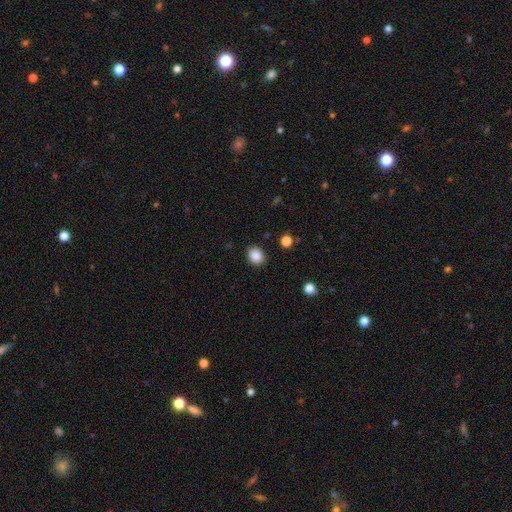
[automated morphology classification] The model was most divided on "how rounded": round: 62%, in between: 37%, cigar-shaped: 1%. More confident: merging — none (88%); smooth or featured — smooth (86%).